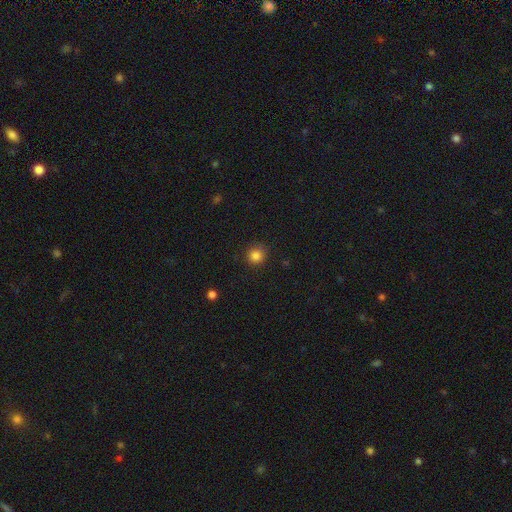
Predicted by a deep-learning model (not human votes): Overall: smooth (85%). How rounded: round (93%). Merging: none (87%).